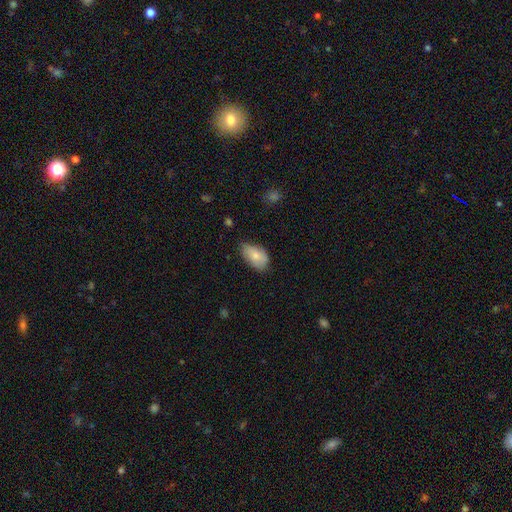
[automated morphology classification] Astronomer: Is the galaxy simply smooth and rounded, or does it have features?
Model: smooth — 76%.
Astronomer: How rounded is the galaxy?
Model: in between — 91%.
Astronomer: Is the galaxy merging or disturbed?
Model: none — 50% (runner-up: minor disturbance, 40%).